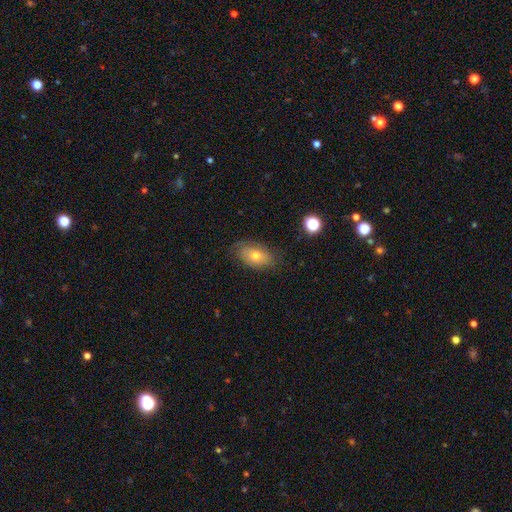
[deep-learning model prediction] A smooth galaxy with no disk features (63%) that is in between round and cigar-shaped (89%). Merging: none (75%).